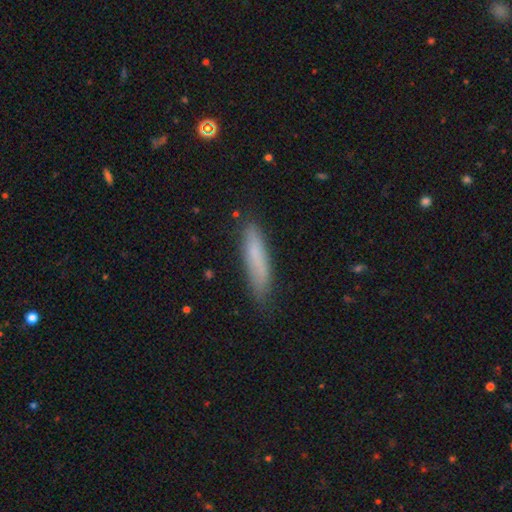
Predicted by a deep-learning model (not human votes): Smooth or featured? smooth (75%)
How rounded? cigar-shaped (86%)
Merging? none (79%)